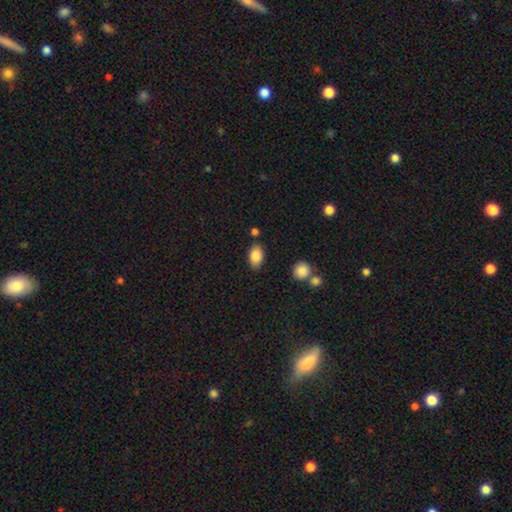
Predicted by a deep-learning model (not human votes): Smooth or featured? Predicted: smooth (p=0.86). How rounded? Predicted: in between (p=0.90). Merging? Predicted: none (p=0.79).